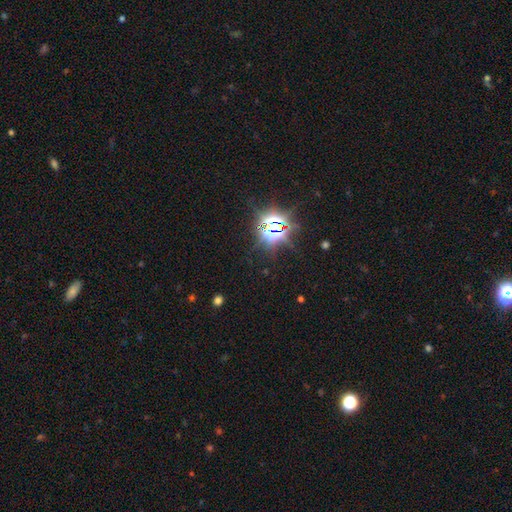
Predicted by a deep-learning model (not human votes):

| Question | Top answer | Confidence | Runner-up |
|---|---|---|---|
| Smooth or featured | star or artifact | 82% | smooth (11%) |